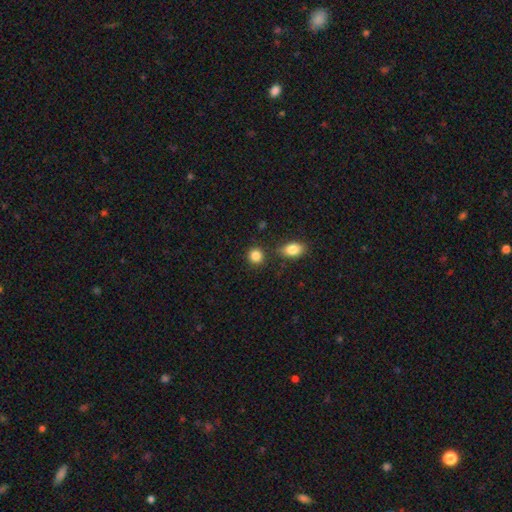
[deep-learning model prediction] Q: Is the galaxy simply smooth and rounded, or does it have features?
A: smooth — 85%.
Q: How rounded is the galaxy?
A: round — 85%.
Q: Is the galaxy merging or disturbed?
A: none — 82%.